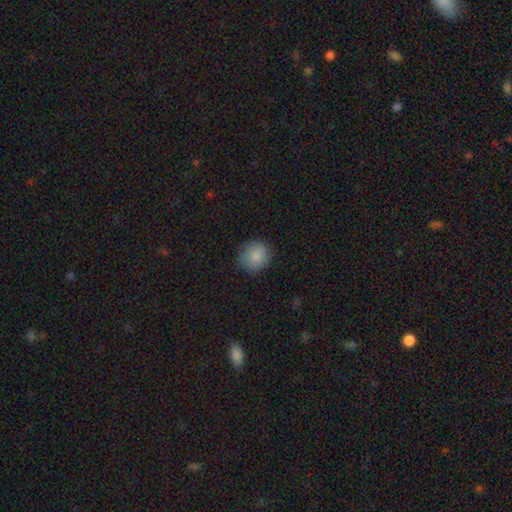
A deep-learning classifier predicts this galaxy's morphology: Smooth or featured: smooth — 87% (star or artifact — 8%)
How rounded: round — 87% (in between — 12%)
Merging: none — 82% (minor disturbance — 14%)